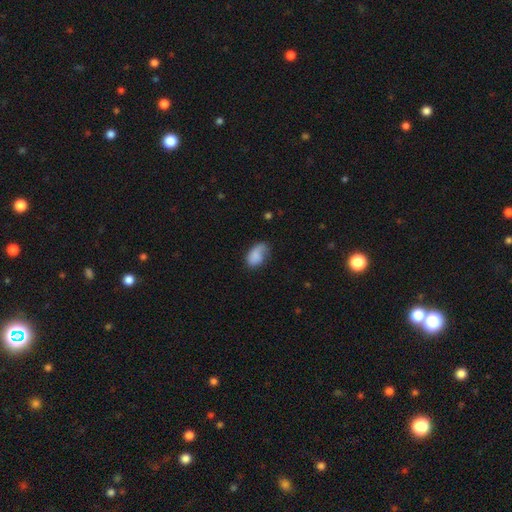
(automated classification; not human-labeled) Smooth or featured?
  - smooth: 76% *
  - featured or disk: 17%
  - star or artifact: 8%
How rounded?
  - in between: 89% *
  - round: 10%
  - cigar-shaped: 2%
Merging?
  - none: 46% *
  - minor disturbance: 32%
  - major disturbance: 19%
  - merger: 3%